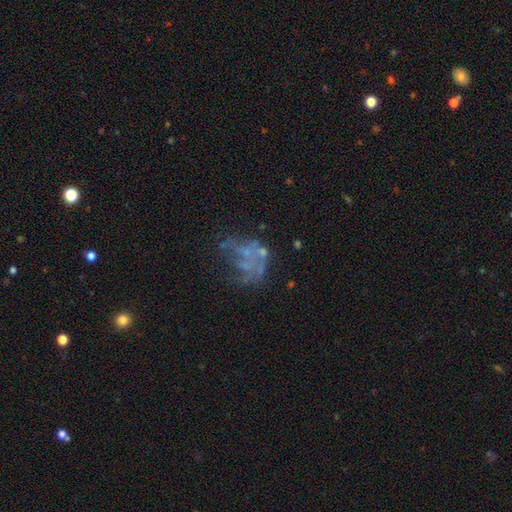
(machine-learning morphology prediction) Smooth or featured: featured or disk — 66% (star or artifact — 17%)
Edge-on disk: no — 98% (yes — 2%)
Bar: no — 91% (weak — 7%)
Spiral arms: no — 84% (yes — 16%)
Bulge size: none — 75% (small — 17%)
Merging: none — 38% (major disturbance — 35%)